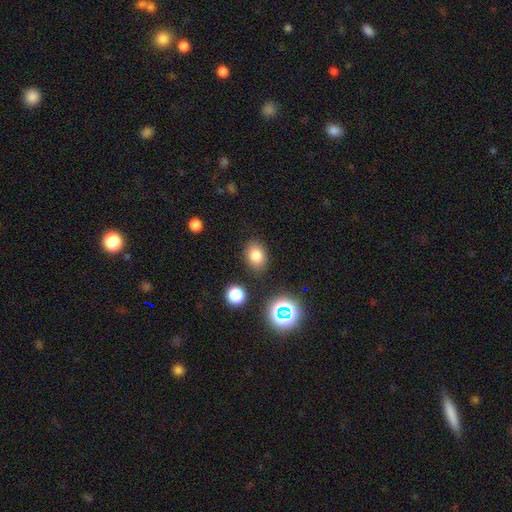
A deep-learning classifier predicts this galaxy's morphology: This is likely a smooth galaxy (78%). How rounded: likely in between (68%). Merging: clearly none (84%).